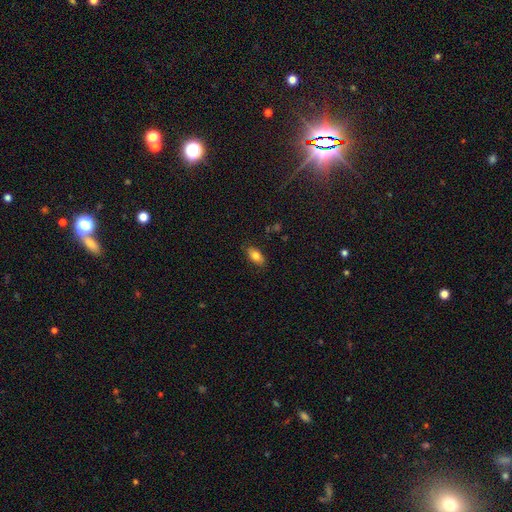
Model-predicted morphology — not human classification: This appears to be a smooth galaxy with no disk features (80%) that is in between round and cigar-shaped (90%). Merging: none (85%).